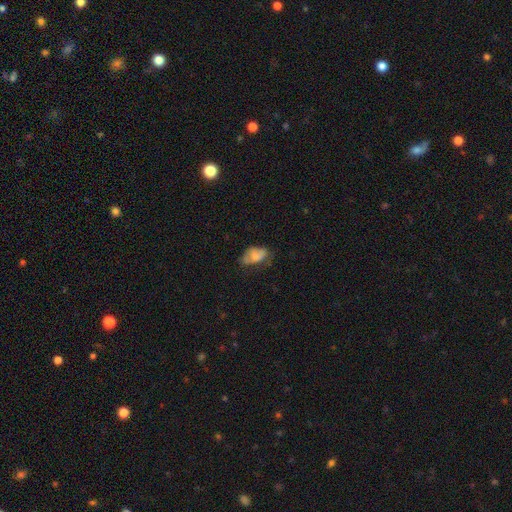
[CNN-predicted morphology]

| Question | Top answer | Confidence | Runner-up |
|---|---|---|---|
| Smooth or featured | smooth | 66% | featured or disk (25%) |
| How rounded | in between | 90% | round (8%) |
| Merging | none | 45% | minor disturbance (34%) |